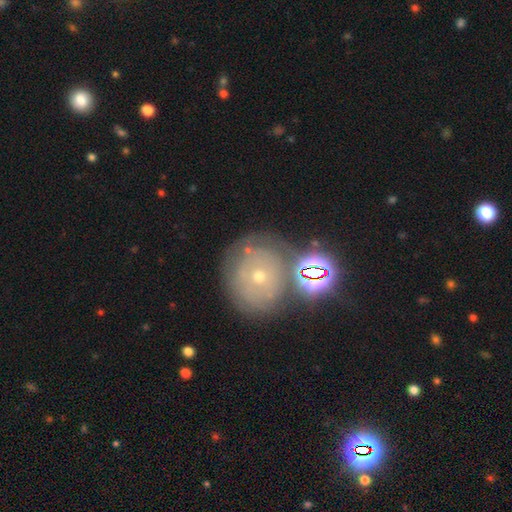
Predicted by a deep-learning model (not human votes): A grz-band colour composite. It shows a featured or disk galaxy (53%). Merging: none (77%).